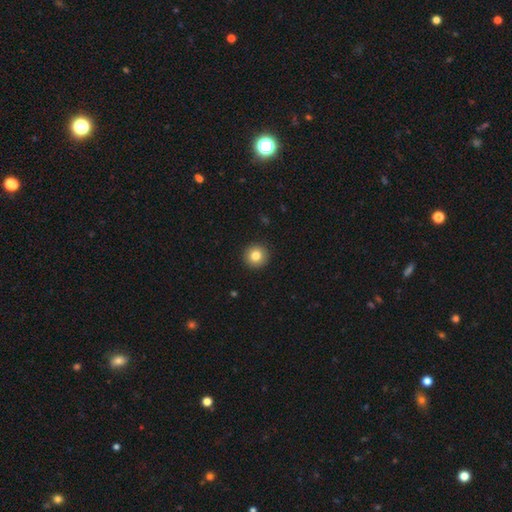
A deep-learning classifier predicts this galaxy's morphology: Overall: smooth (82%). How rounded: round (95%). Merging: none (93%).